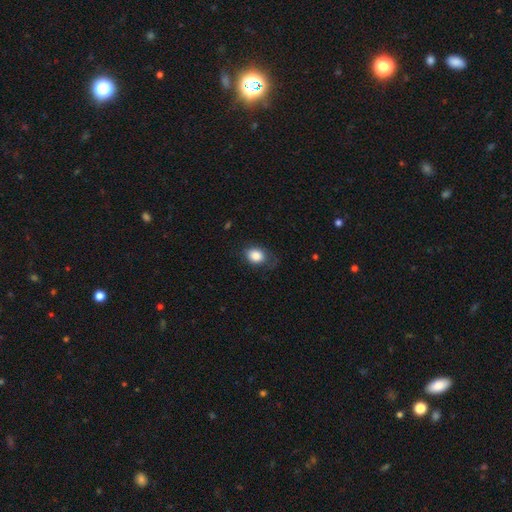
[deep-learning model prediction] Morphology: type=smooth (84%); roundness=in between (61%); merging=none (67%).